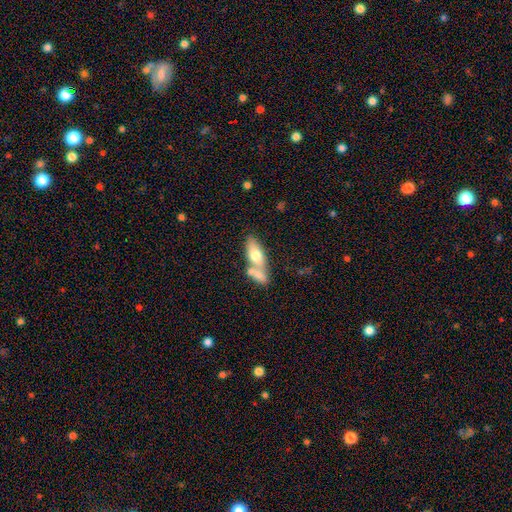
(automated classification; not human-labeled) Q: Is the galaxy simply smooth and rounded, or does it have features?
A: smooth — 62%.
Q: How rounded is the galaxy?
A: in between — 73%.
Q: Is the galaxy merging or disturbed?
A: merger — 54%.